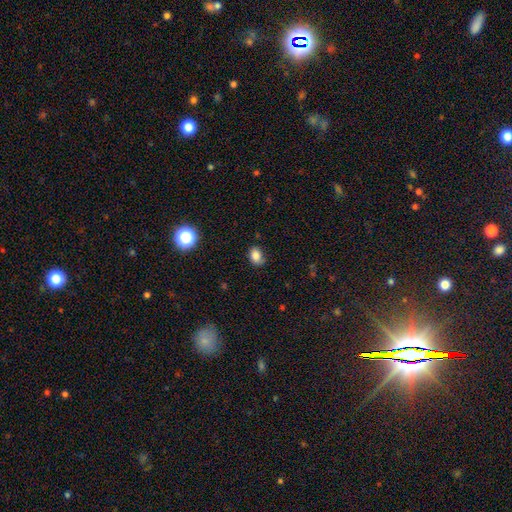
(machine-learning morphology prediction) Q: Smooth or featured?
A: smooth (83%); runner-up: star or artifact (11%)
Q: How rounded?
A: in between (72%); runner-up: round (27%)
Q: Merging?
A: none (76%); runner-up: minor disturbance (19%)